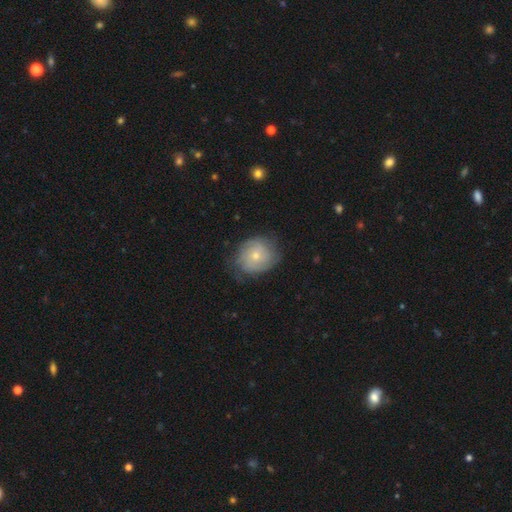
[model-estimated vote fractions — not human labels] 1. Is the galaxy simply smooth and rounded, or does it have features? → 52% featured or disk, 41% smooth, 7% star or artifact.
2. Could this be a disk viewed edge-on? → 97% no, 3% yes.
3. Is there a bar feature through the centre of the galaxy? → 82% no, 16% weak, 2% strong.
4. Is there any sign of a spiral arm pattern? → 79% yes, 21% no.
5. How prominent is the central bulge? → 55% small, 41% moderate, 2% large, 1% none, 1% dominant.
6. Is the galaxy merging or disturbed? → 68% none, 23% minor disturbance, 8% major disturbance, 1% merger.